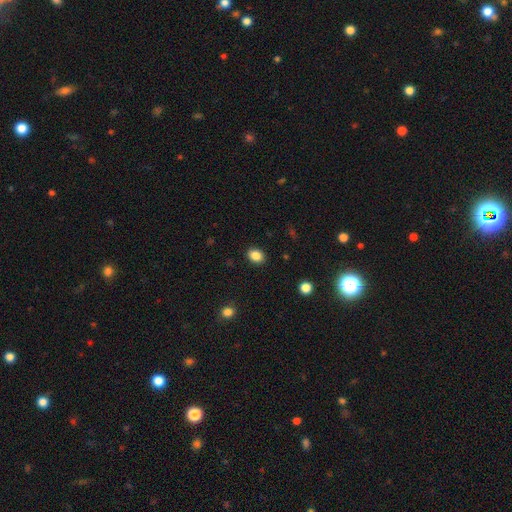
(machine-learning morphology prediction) smooth-or-featured: smooth: 87% | star or artifact: 9% | featured or disk: 4%
  how-rounded: in between: 66% | round: 33% | cigar-shaped: 1%
  merging: none: 89% | minor disturbance: 8% | major disturbance: 2% | merger: 1%